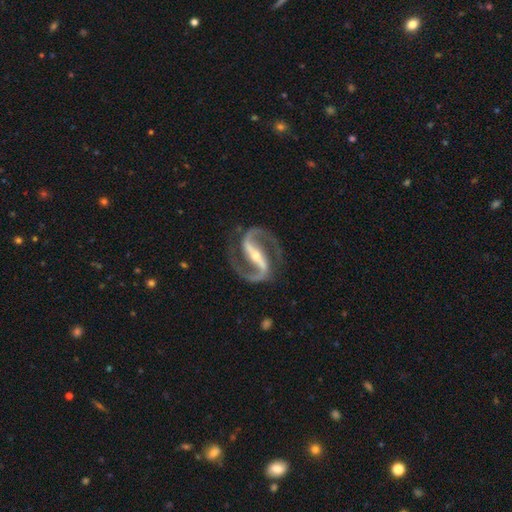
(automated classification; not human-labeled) Smooth or featured: featured or disk — 94% (star or artifact — 3%)
Edge-on disk: no — 97% (yes — 3%)
Bar: strong — 78% (weak — 15%)
Spiral arms: yes — 98% (no — 2%)
Spiral winding: medium — 62% (tight — 20%)
Spiral arm count: 2 — 95% (1 — 1%)
Bulge size: small — 61% (moderate — 35%)
Merging: none — 85% (minor disturbance — 9%)